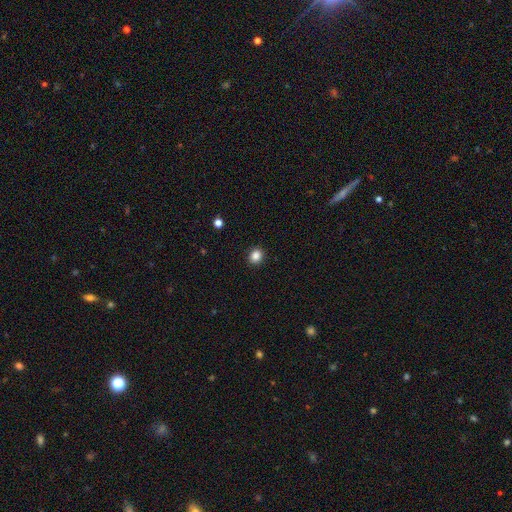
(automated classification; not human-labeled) Overall: smooth (86%). How rounded: round (77%). Merging: none (92%).